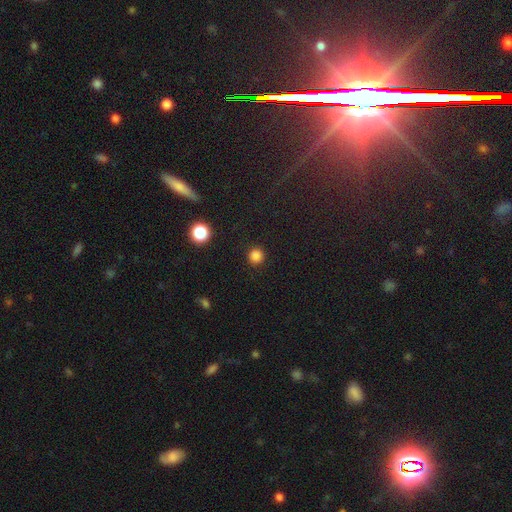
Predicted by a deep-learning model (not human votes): smooth-or-featured: smooth: 84% | star or artifact: 13% | featured or disk: 3%
  how-rounded: round: 94% | in between: 5% | cigar-shaped: 1%
  merging: none: 91% | minor disturbance: 5% | major disturbance: 2% | merger: 1%